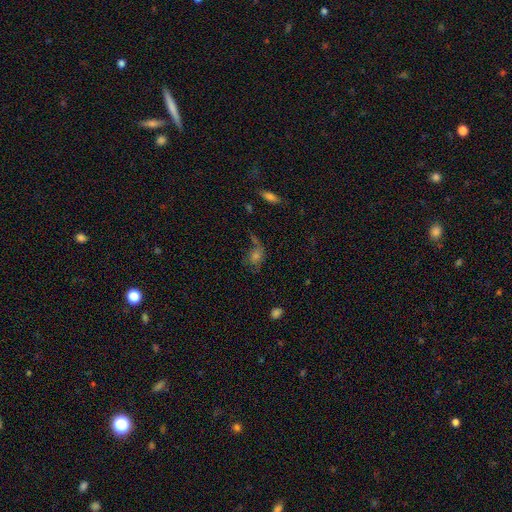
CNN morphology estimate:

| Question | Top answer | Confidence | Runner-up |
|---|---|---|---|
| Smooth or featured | smooth | 40% | featured or disk (35%) |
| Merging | none | 48% | major disturbance (23%) |